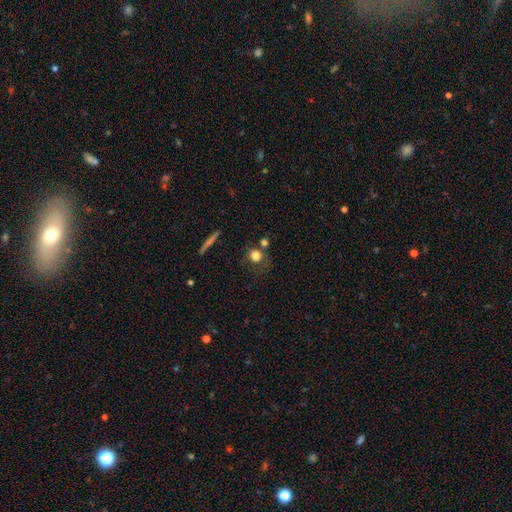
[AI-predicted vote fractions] Smooth or featured? Predicted: smooth (p=0.76). How rounded? Predicted: round (p=0.79). Merging? Predicted: none (p=0.53).